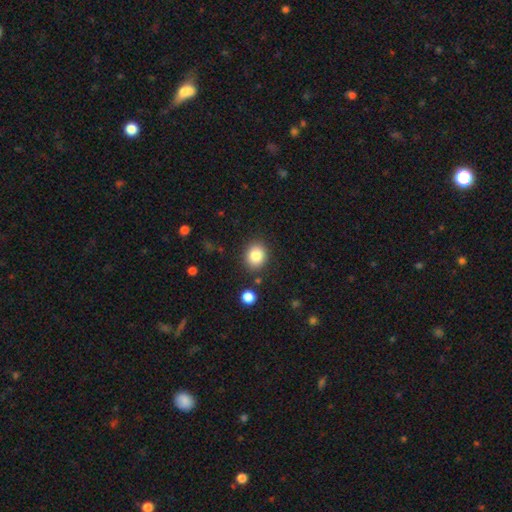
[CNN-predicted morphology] Smooth or featured: smooth — 84% (star or artifact — 10%)
How rounded: round — 70% (in between — 30%)
Merging: none — 86% (minor disturbance — 8%)